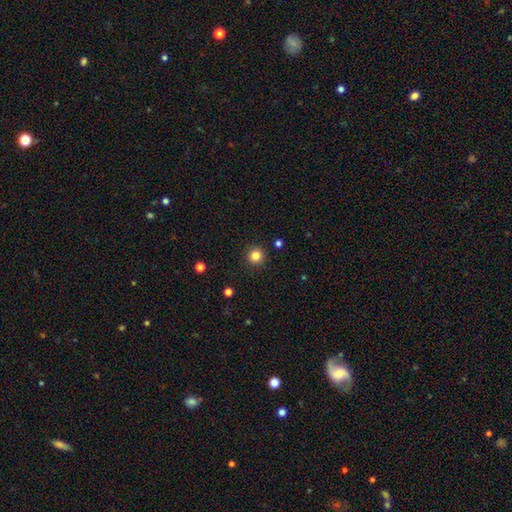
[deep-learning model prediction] A smooth galaxy with no disk features (83%) that is round (96%). Merging: none (92%).